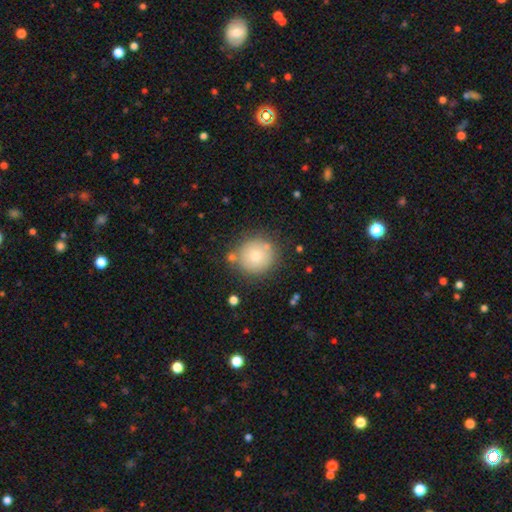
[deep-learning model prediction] Smooth or featured?
  - smooth: 76% *
  - featured or disk: 14%
  - star or artifact: 9%
How rounded?
  - round: 93% *
  - in between: 6%
  - cigar-shaped: 1%
Merging?
  - none: 78% *
  - minor disturbance: 12%
  - merger: 6%
  - major disturbance: 4%